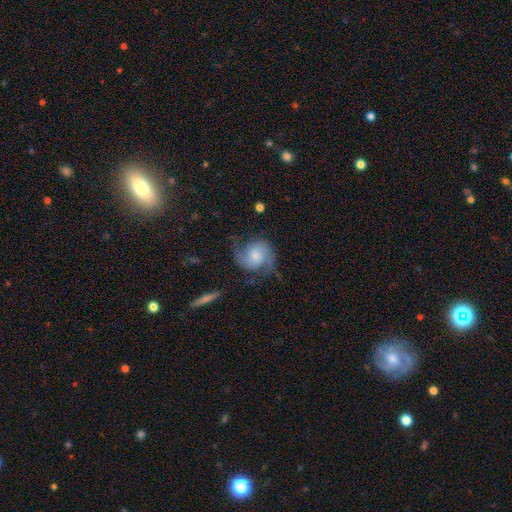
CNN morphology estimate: This is likely a featured or disk galaxy (72%). It is clearly not viewed edge-on (97%). Bar: likely no (68%). Spiral arm pattern: clearly yes (94%). Spiral arm count: clearly 2 (90%). Spiral winding: marginally medium (45%). Central bulge: marginally moderate (37%). Merging: likely none (65%).